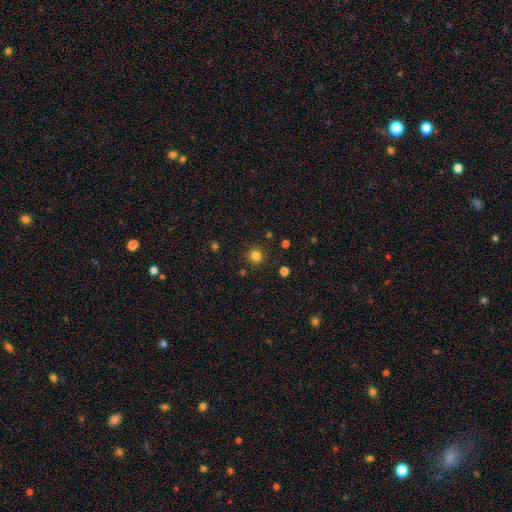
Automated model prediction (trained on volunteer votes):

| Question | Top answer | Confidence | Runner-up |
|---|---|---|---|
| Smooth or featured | smooth | 81% | star or artifact (15%) |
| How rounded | round | 91% | in between (8%) |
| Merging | none | 89% | minor disturbance (7%) |